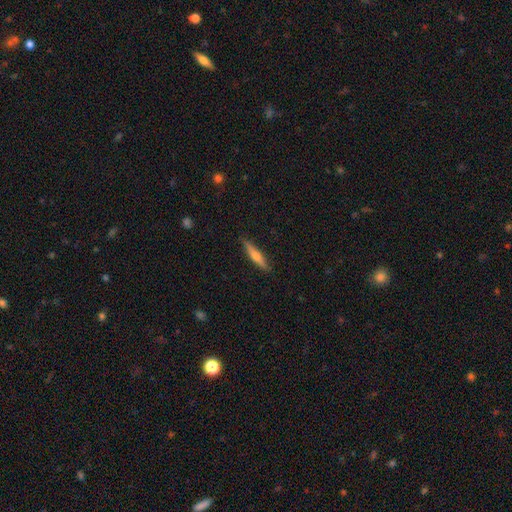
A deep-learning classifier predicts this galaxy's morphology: Q: Smooth or featured?
A: smooth (49%); runner-up: featured or disk (45%)
Q: Merging?
A: none (87%); runner-up: minor disturbance (9%)